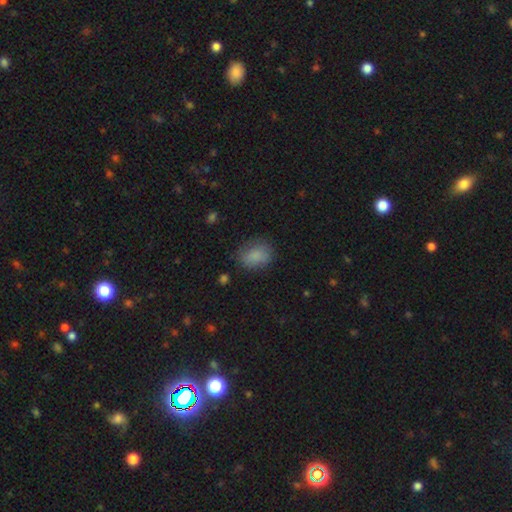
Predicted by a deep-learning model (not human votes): A smooth galaxy with no disk features (83%) that is in between round and cigar-shaped (64%). Merging: none (70%).